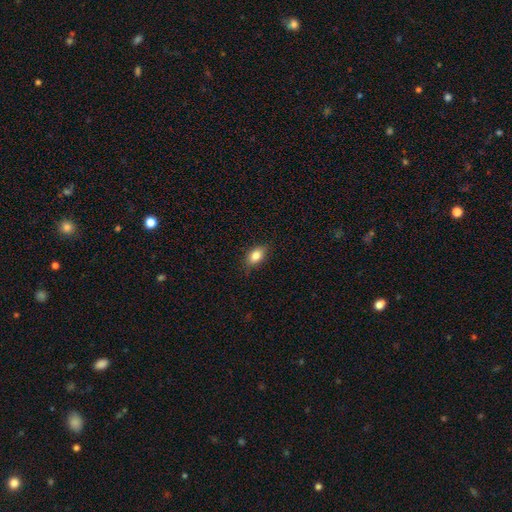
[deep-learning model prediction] The model was most divided on "merging": none: 82%, minor disturbance: 14%, major disturbance: 3%, merger: 1%. More confident: smooth or featured — smooth (84%); how rounded — in between (83%).